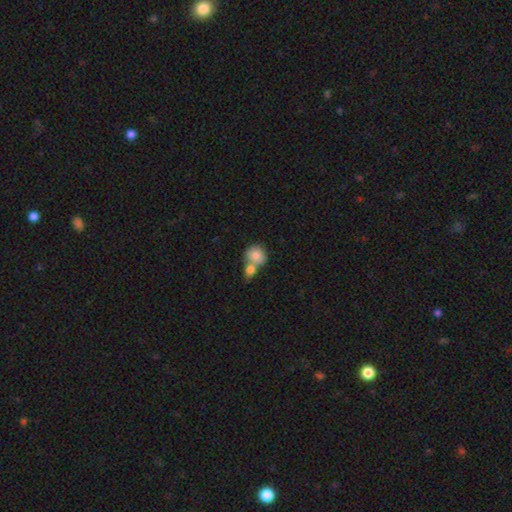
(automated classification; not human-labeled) Smooth or featured? Predicted: smooth (p=0.81). How rounded? Predicted: round (p=0.79). Merging? Predicted: merger (p=0.60).